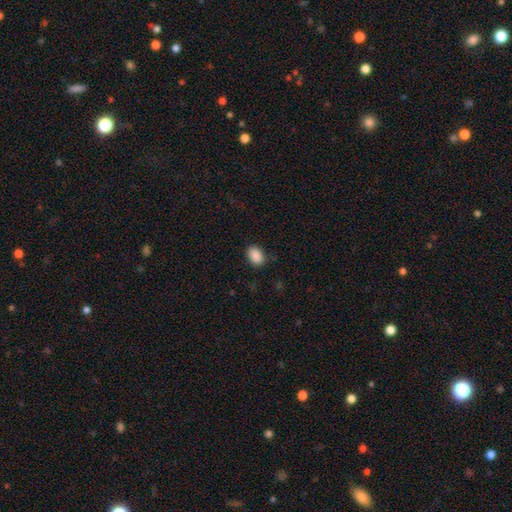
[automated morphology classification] smooth-or-featured: smooth: 89% | star or artifact: 8% | featured or disk: 3%
  how-rounded: in between: 81% | round: 18% | cigar-shaped: 1%
  merging: none: 84% | minor disturbance: 12% | major disturbance: 3% | merger: 1%